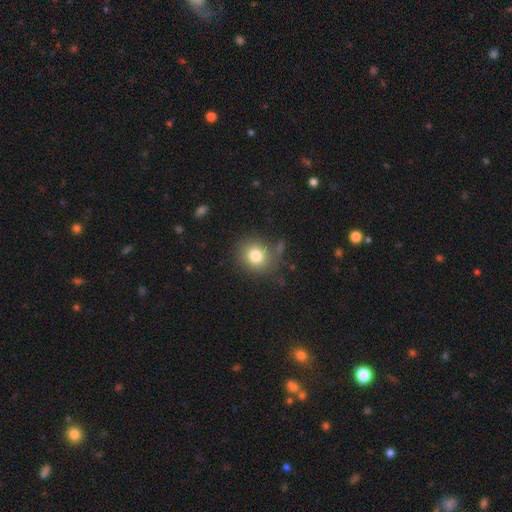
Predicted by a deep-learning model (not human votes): Smooth or featured: smooth — 80% (star or artifact — 11%)
How rounded: round — 79% (in between — 20%)
Merging: none — 78% (minor disturbance — 13%)